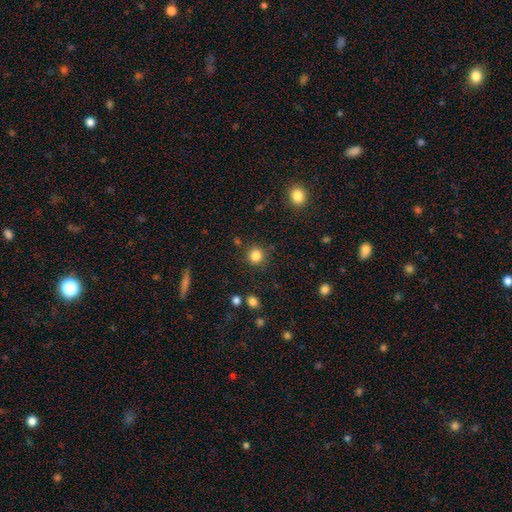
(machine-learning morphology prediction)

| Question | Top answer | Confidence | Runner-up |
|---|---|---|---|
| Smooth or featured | smooth | 84% | star or artifact (12%) |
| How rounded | round | 91% | in between (8%) |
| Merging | none | 87% | minor disturbance (8%) |